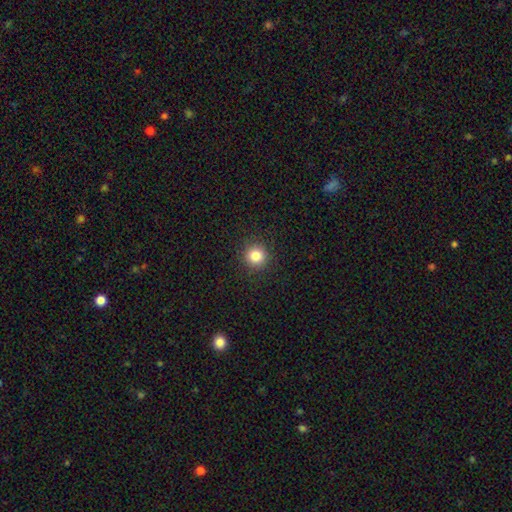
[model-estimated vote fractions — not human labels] Smooth or featured?
  - smooth: 83% *
  - star or artifact: 12%
  - featured or disk: 5%
How rounded?
  - round: 95% *
  - in between: 4%
  - cigar-shaped: 1%
Merging?
  - none: 92% *
  - minor disturbance: 5%
  - major disturbance: 2%
  - merger: 1%